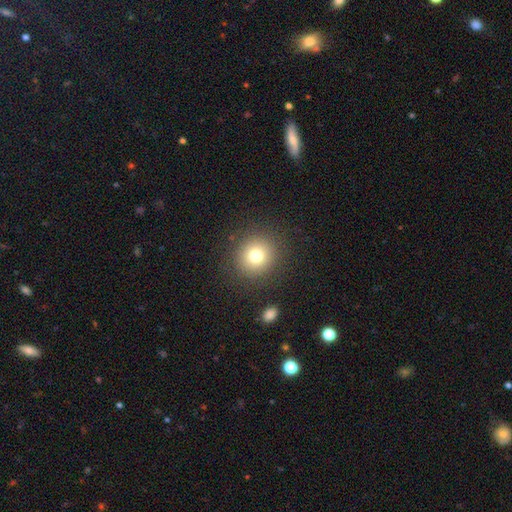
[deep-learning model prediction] The model was most divided on "smooth or featured": smooth: 76%, star or artifact: 14%, featured or disk: 10%. More confident: how rounded — round (90%); merging — none (88%).